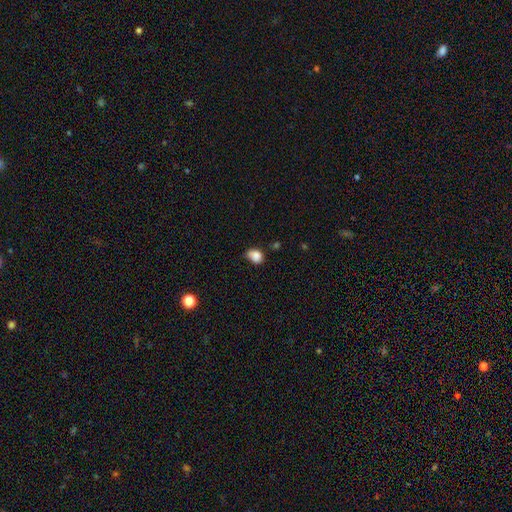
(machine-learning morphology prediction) type=smooth (83%); roundness=in between (59%); merging=none (43%).